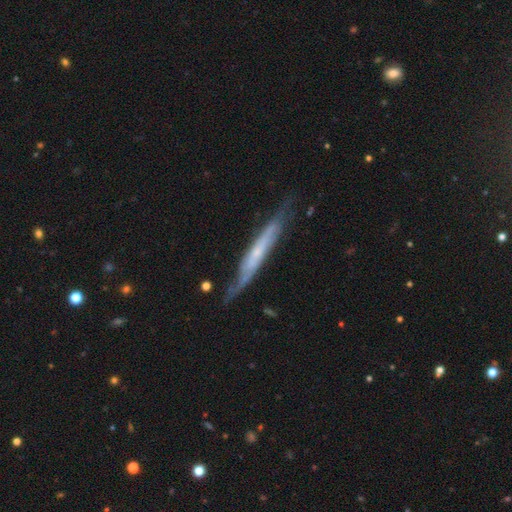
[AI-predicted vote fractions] A featured or disk galaxy (65%) viewed edge-on (80%) with no central bulge (67%).

Vote fractions:
- Smooth or featured? featured or disk: 65% / smooth: 28% / star or artifact: 7%
- Edge-on disk? yes: 80% / no: 20%
- Edge-on bulge? none: 67% / rounded: 25% / boxy: 7%
- Merging? none: 68% / minor disturbance: 24% / major disturbance: 6% / merger: 2%